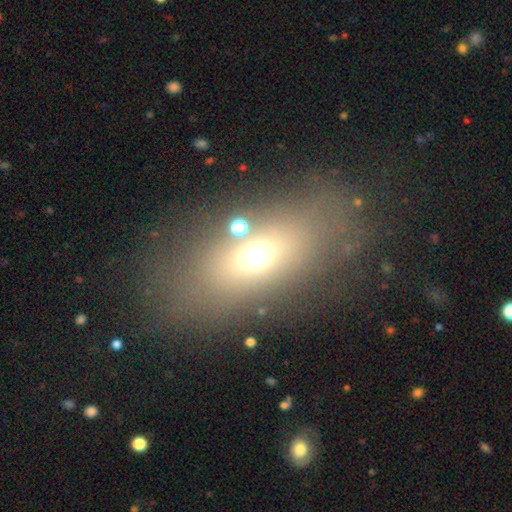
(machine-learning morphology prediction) This is likely a smooth galaxy (61%). How rounded: likely in between (75%). Merging: likely none (63%).